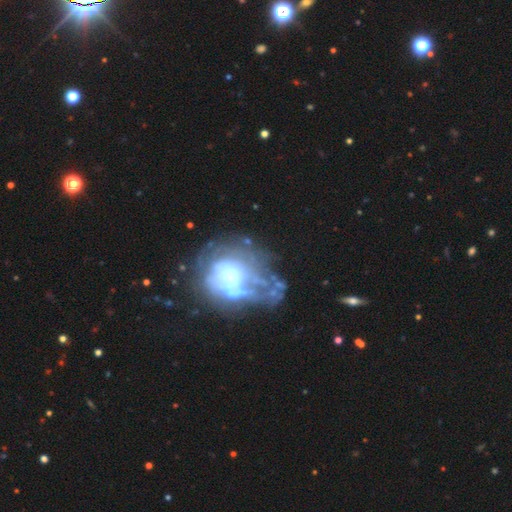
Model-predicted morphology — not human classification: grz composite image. It shows a featured or disk galaxy (61%) with no bar (75%), no spiral arms (60%) and a moderate central bulge (39%). Merging: none (39%).